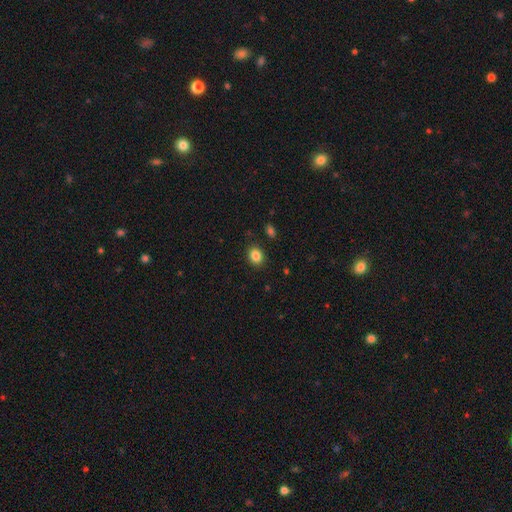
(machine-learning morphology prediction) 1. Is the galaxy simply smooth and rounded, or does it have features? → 85% smooth, 10% star or artifact, 5% featured or disk.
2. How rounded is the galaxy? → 50% in between, 49% round, 1% cigar-shaped.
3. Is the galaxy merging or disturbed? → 88% none, 8% minor disturbance, 2% major disturbance, 2% merger.